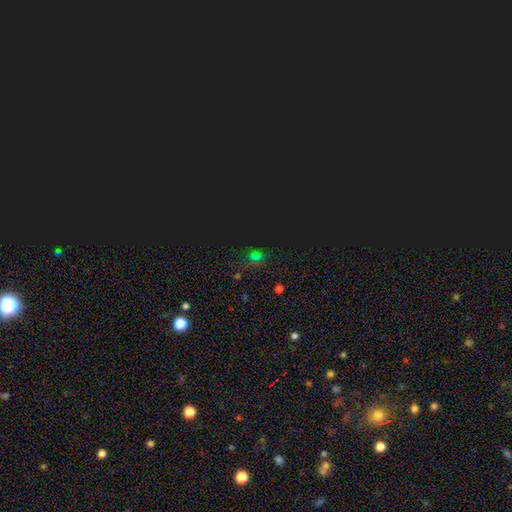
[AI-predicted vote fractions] Smooth or featured? star or artifact (64%)